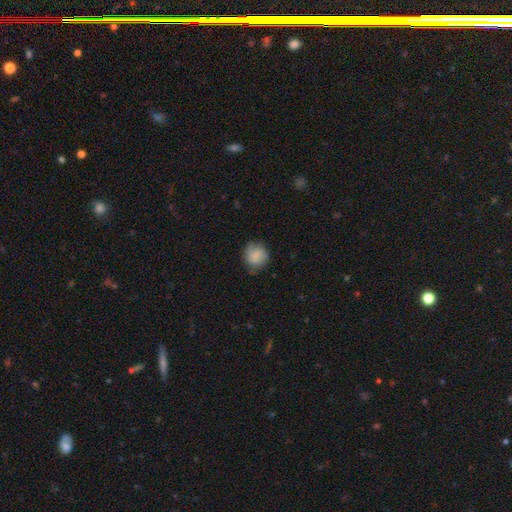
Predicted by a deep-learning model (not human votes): The model was most divided on "merging": none: 69%, minor disturbance: 23%, major disturbance: 7%, merger: 1%. More confident: how rounded — round (79%); smooth or featured — smooth (74%).